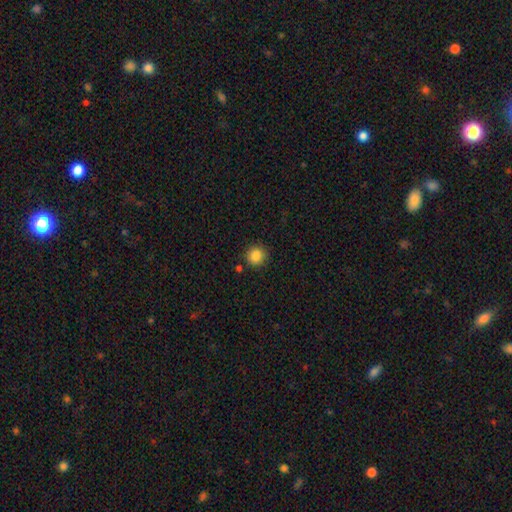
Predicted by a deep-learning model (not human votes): This appears to be a smooth galaxy with no disk features (86%) that is round (90%). Merging: none (85%).